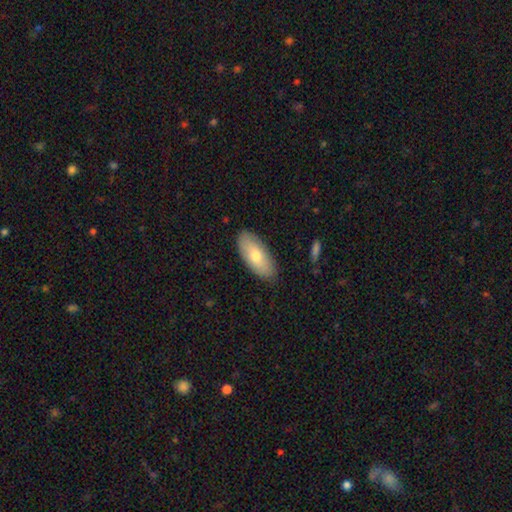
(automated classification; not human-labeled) Morphology: type=smooth (69%); roundness=in between (88%); merging=none (85%).